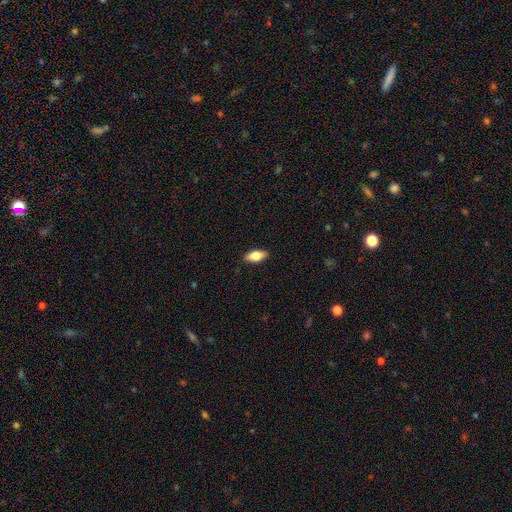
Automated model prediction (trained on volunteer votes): The model was most divided on "smooth or featured": smooth: 75%, featured or disk: 19%, star or artifact: 6%. More confident: merging — none (89%); how rounded — in between (85%).